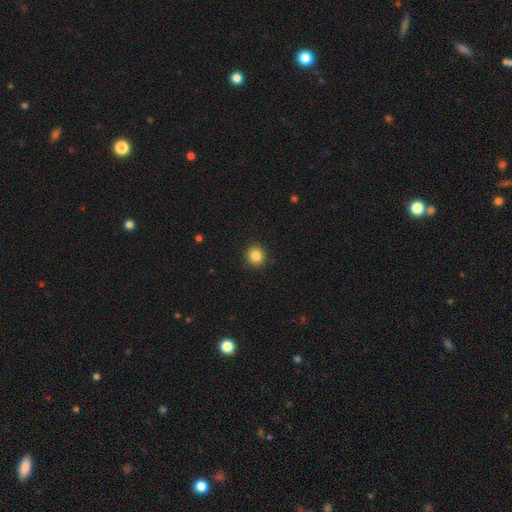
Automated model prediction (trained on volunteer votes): Smooth or featured? smooth (85%)
How rounded? round (93%)
Merging? none (92%)